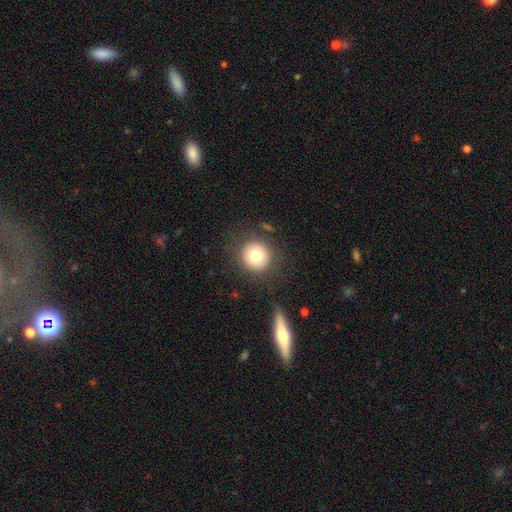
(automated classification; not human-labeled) A smooth galaxy with no disk features (78%) that is round (93%). Merging: none (85%).